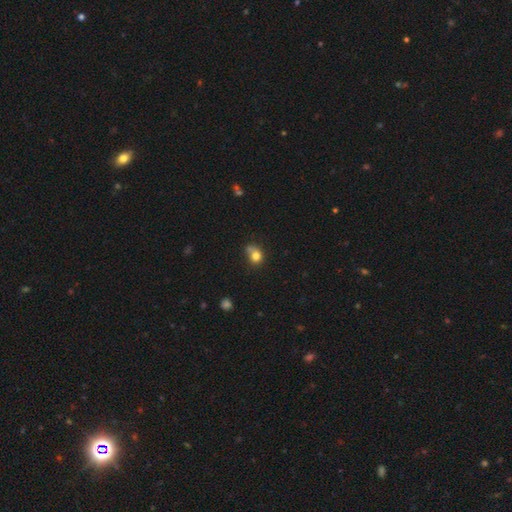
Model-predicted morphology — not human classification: Smooth or featured?
  - smooth: 79% *
  - star or artifact: 11%
  - featured or disk: 10%
How rounded?
  - round: 66% *
  - in between: 32%
  - cigar-shaped: 1%
Merging?
  - none: 48% *
  - minor disturbance: 27%
  - merger: 15%
  - major disturbance: 10%